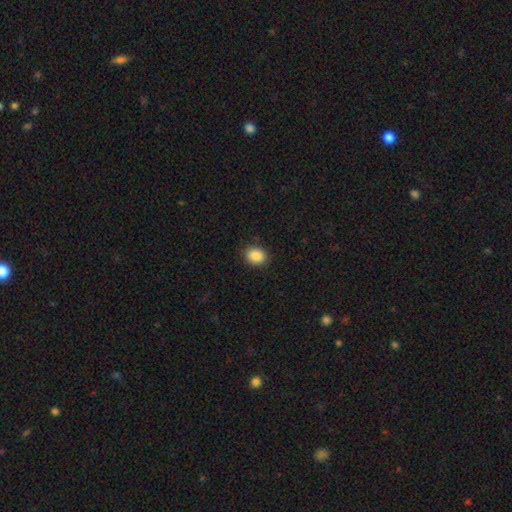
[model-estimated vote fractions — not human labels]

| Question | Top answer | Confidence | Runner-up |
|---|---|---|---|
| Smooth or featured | smooth | 89% | star or artifact (8%) |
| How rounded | round | 55% | in between (44%) |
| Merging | none | 89% | minor disturbance (8%) |